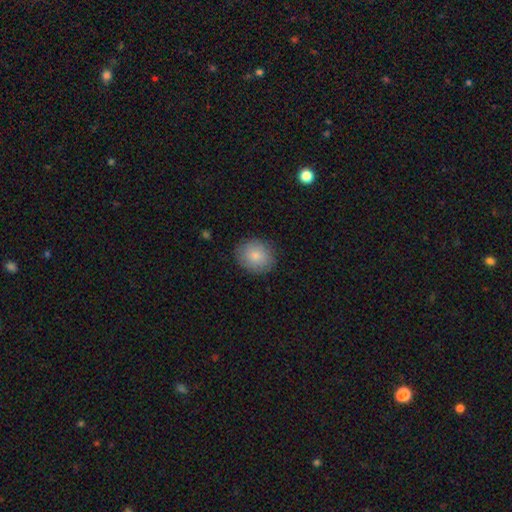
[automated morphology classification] Smooth or featured: smooth — 84% (featured or disk — 9%)
How rounded: round — 69% (in between — 30%)
Merging: none — 85% (minor disturbance — 11%)